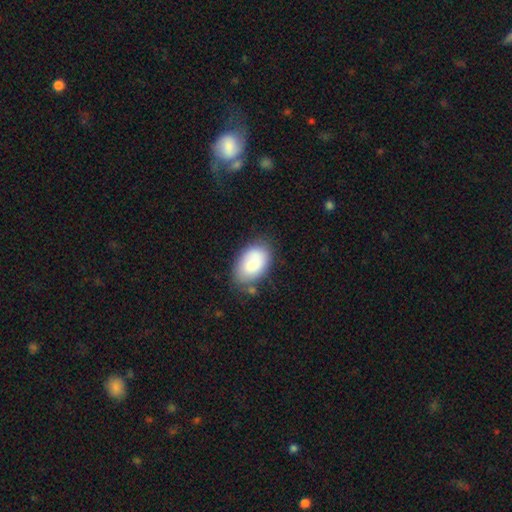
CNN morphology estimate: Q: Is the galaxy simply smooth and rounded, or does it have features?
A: smooth — 81%.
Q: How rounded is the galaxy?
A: in between — 92%.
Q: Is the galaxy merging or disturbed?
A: none — 68%.